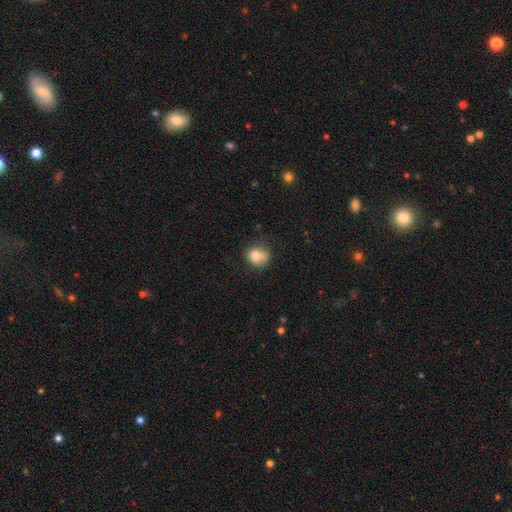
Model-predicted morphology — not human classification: A smooth galaxy with no disk features (78%) that is round (67%). Merging: none (54%).